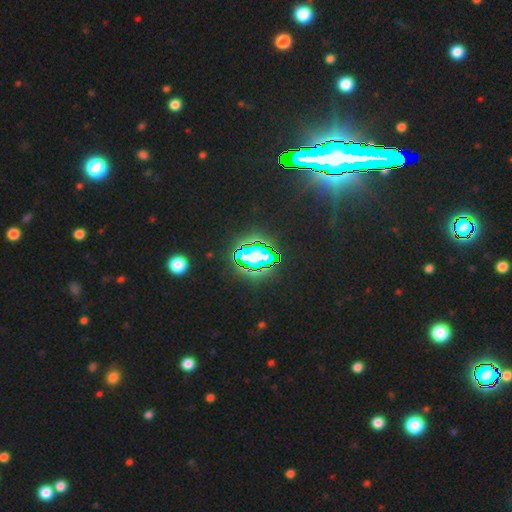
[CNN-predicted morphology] This appears to be a star or artifact, not a galaxy (73%).